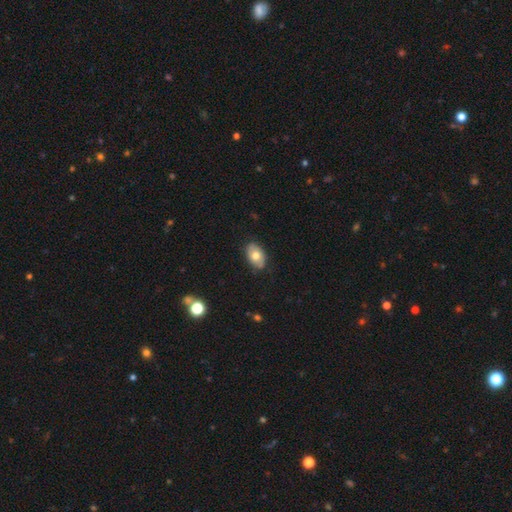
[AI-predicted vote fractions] The model was most divided on "smooth or featured": smooth: 69%, featured or disk: 24%, star or artifact: 7%. More confident: how rounded — in between (88%); merging — none (82%).